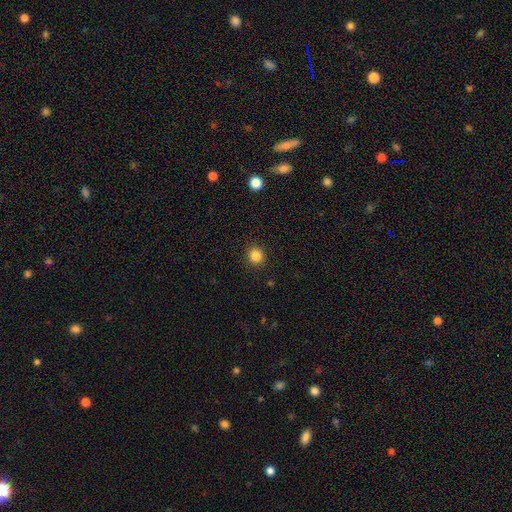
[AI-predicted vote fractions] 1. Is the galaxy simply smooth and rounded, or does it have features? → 85% smooth, 11% star or artifact, 4% featured or disk.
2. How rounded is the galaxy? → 90% round, 9% in between, 1% cigar-shaped.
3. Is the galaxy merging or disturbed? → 91% none, 6% minor disturbance, 2% major disturbance, 1% merger.